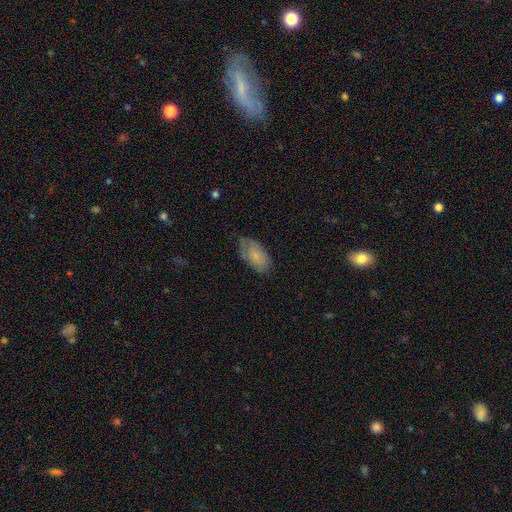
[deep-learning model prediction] Morphology: type=smooth (71%); roundness=in between (93%); merging=none (64%).